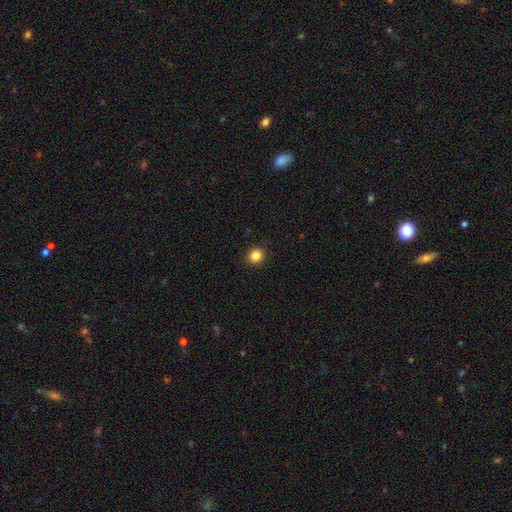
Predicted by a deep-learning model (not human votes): Smooth or featured: smooth — 85% (star or artifact — 11%)
How rounded: round — 90% (in between — 9%)
Merging: none — 92% (minor disturbance — 5%)